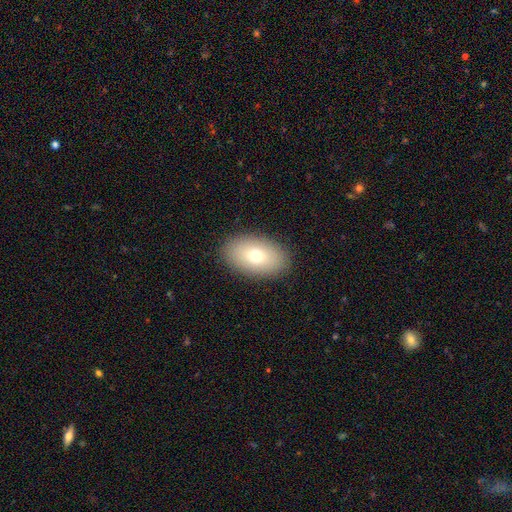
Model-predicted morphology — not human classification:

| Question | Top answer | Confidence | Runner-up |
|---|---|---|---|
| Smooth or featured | smooth | 72% | featured or disk (19%) |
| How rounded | in between | 90% | round (9%) |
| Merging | none | 89% | minor disturbance (8%) |